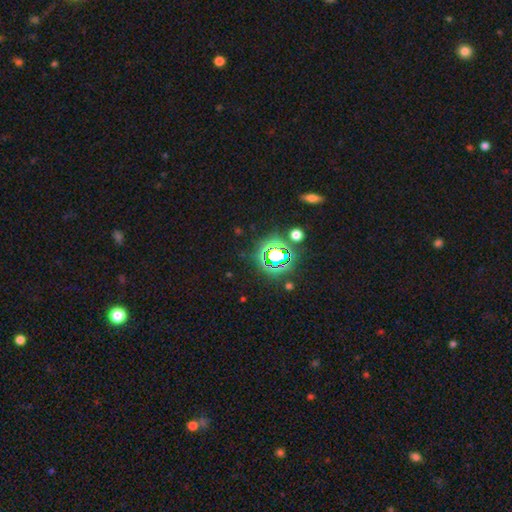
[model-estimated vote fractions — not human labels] smooth-or-featured: star or artifact: 79% | smooth: 14% | featured or disk: 7%